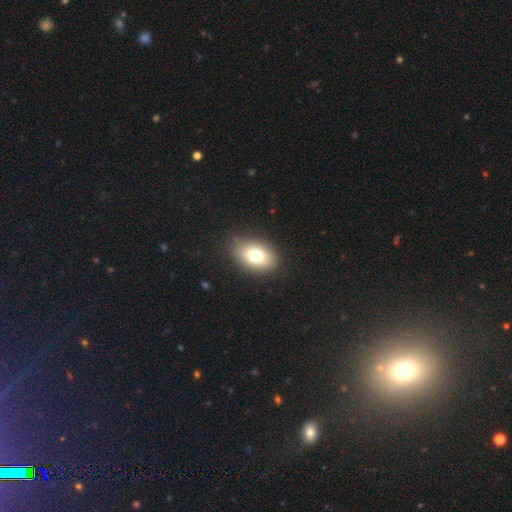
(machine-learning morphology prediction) This appears to be a smooth galaxy with no disk features (76%) that is in between round and cigar-shaped (84%). Merging: none (86%).